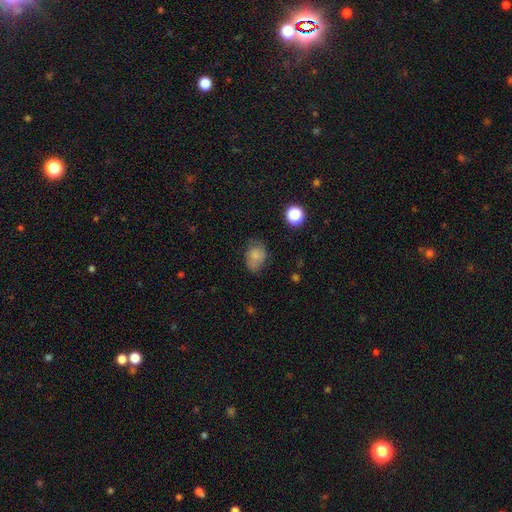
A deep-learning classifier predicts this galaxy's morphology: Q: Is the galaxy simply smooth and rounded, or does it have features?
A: smooth — 73%.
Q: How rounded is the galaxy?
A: in between — 65%.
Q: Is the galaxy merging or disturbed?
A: none — 54%.